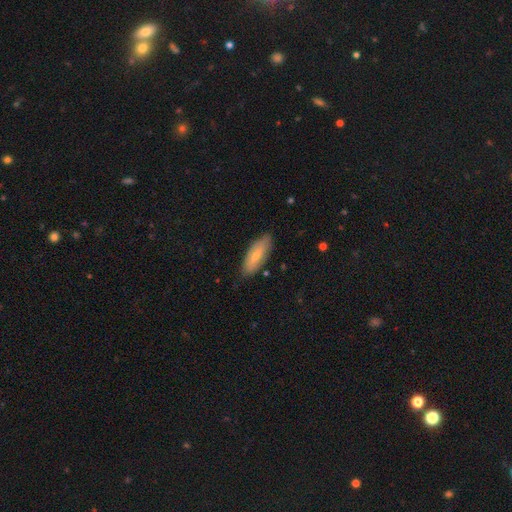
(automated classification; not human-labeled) smooth-or-featured: smooth: 66% | featured or disk: 28% | star or artifact: 6%
  how-rounded: in between: 70% | cigar-shaped: 28% | round: 2%
  merging: none: 81% | minor disturbance: 15% | major disturbance: 3% | merger: 1%